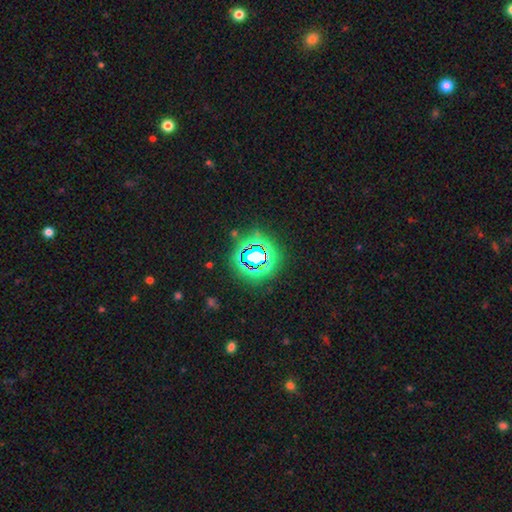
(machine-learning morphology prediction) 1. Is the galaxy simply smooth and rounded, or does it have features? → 71% star or artifact, 18% smooth, 11% featured or disk.